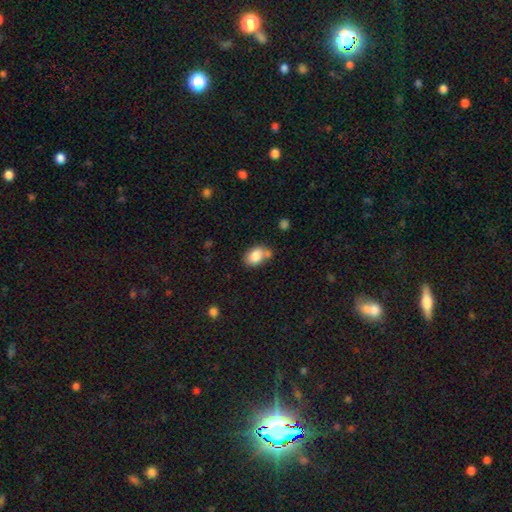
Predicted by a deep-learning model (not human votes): Q: Smooth or featured?
A: smooth (83%); runner-up: featured or disk (9%)
Q: How rounded?
A: in between (78%); runner-up: round (21%)
Q: Merging?
A: none (53%); runner-up: merger (23%)